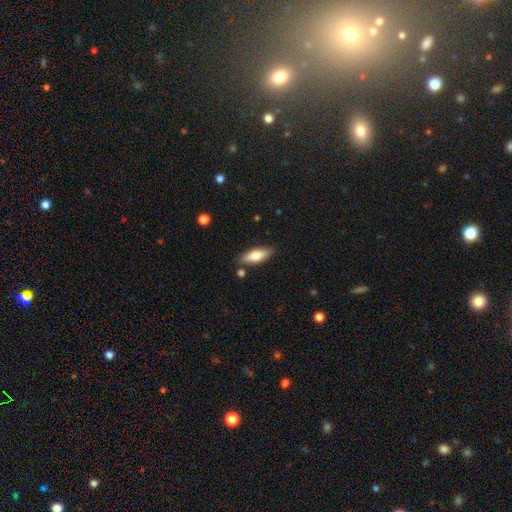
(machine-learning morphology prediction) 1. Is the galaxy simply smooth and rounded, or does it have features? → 73% smooth, 21% featured or disk, 6% star or artifact.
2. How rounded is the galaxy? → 63% in between, 35% cigar-shaped, 2% round.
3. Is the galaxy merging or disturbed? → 82% none, 12% minor disturbance, 4% merger, 2% major disturbance.